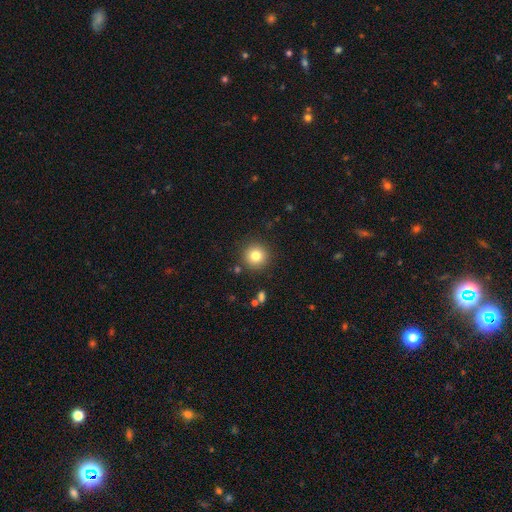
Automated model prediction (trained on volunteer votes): Smooth or featured? Predicted: smooth (p=0.81). How rounded? Predicted: round (p=0.95). Merging? Predicted: none (p=0.89).